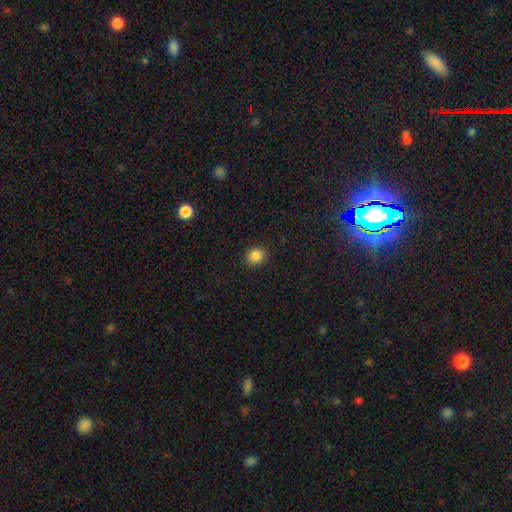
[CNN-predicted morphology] Smooth or featured: smooth — 85% (star or artifact — 11%)
How rounded: round — 79% (in between — 20%)
Merging: none — 91% (minor disturbance — 6%)